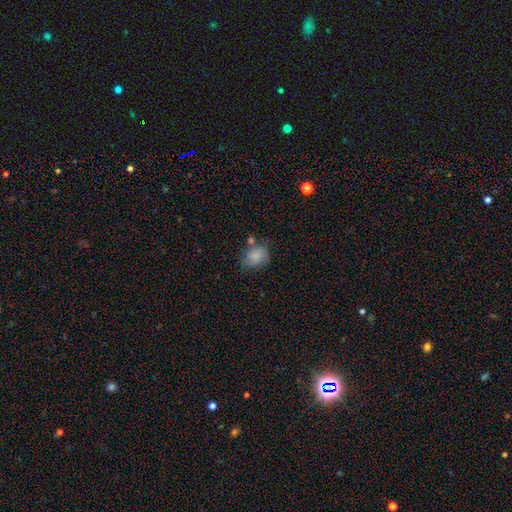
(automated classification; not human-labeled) Morphology: type=smooth (80%); roundness=in between (64%); merging=none (58%).